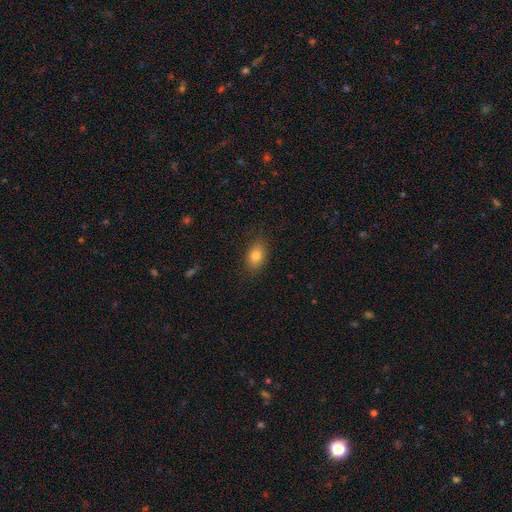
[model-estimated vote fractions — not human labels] The model was most divided on "smooth or featured": smooth: 80%, featured or disk: 10%, star or artifact: 9%. More confident: merging — none (84%); how rounded — in between (84%).